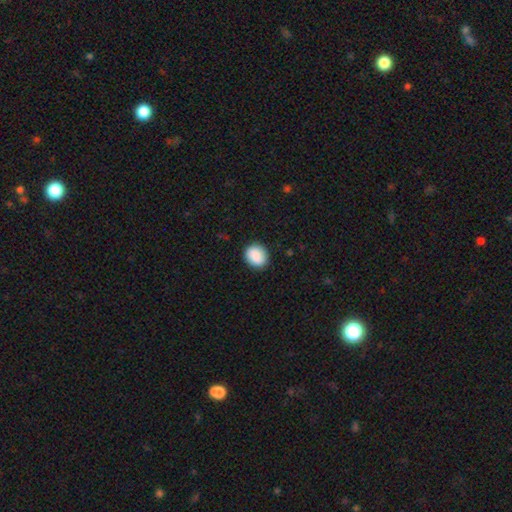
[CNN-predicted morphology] Smooth or featured: smooth — 88% (star or artifact — 7%)
How rounded: round — 68% (in between — 31%)
Merging: none — 88% (minor disturbance — 9%)